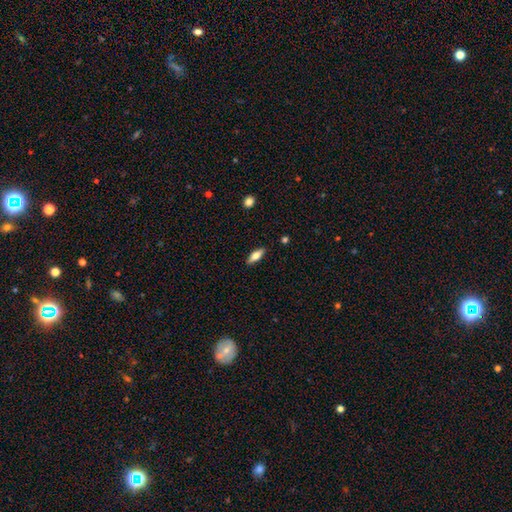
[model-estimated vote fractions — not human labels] This appears to be a smooth galaxy with no disk features (62%) that is in between round and cigar-shaped (62%). Merging: none (88%).